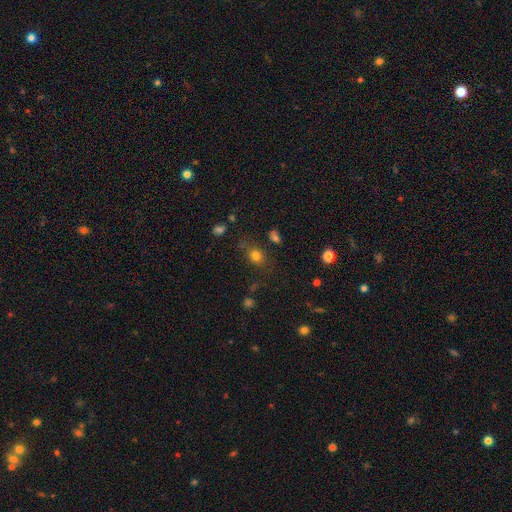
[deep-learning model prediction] This appears to be a smooth galaxy with no disk features (77%) that is round (51%). Merging: none (75%).